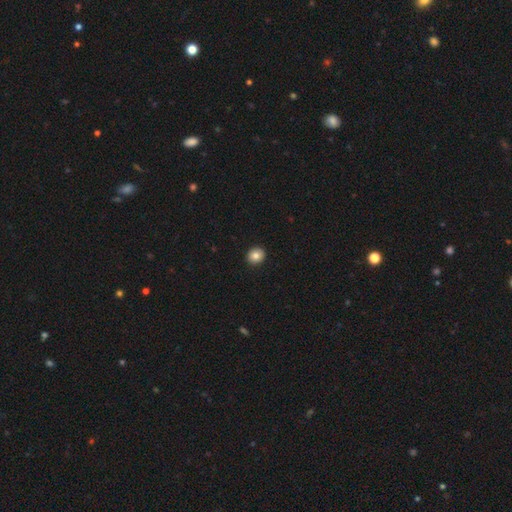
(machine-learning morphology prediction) This is clearly a smooth galaxy (83%). How rounded: likely round (74%). Merging: clearly none (92%).